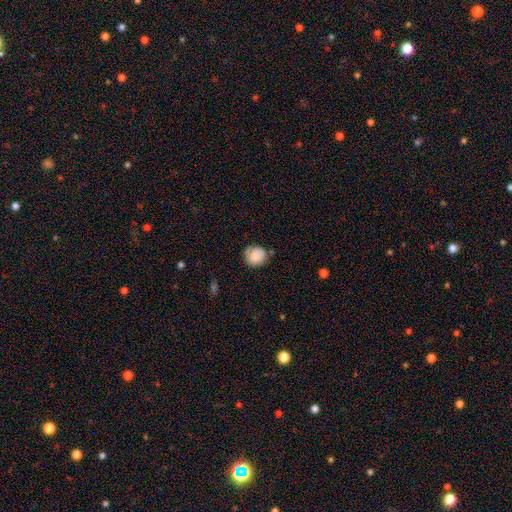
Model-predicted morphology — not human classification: This is clearly a smooth galaxy (83%). How rounded: clearly round (86%). Merging: likely none (66%).